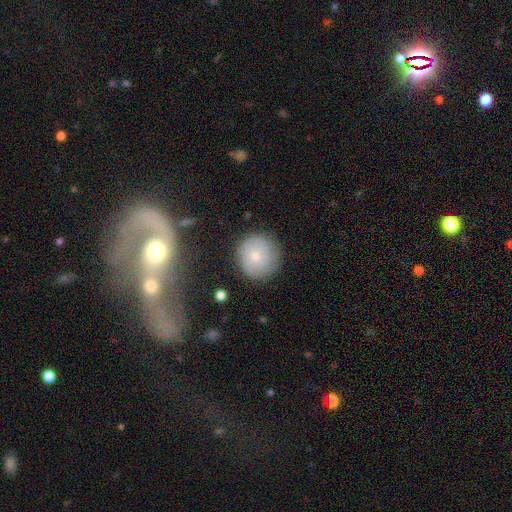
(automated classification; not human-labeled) smooth 65%, featured or disk 26%, star or artifact 9%. Down the decision tree: how rounded — round (92%); merging — none (83%).